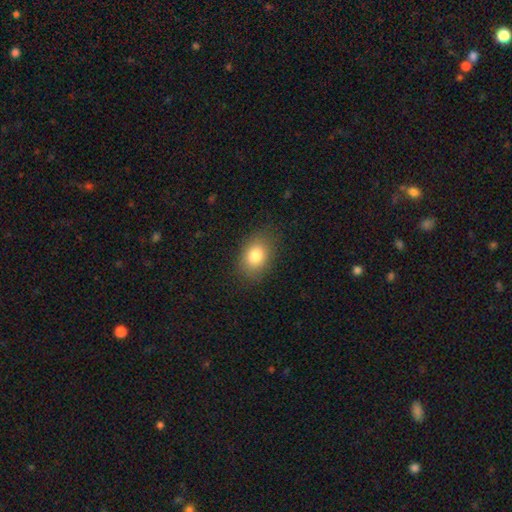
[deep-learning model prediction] Morphology: type=smooth (81%); roundness=in between (71%); merging=none (84%).